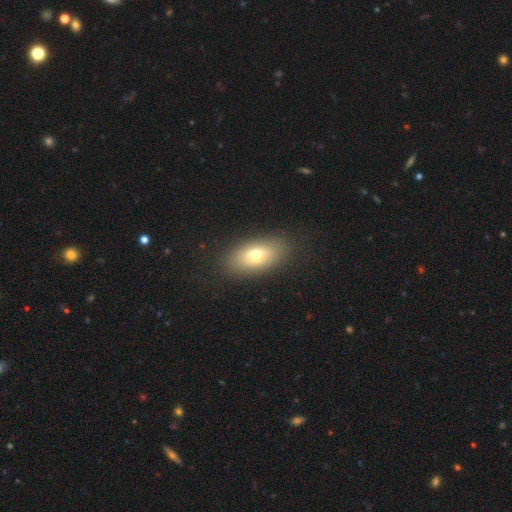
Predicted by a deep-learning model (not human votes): smooth 69%, featured or disk 21%, star or artifact 10%. Down the decision tree: how rounded — in between (86%); merging — none (85%).